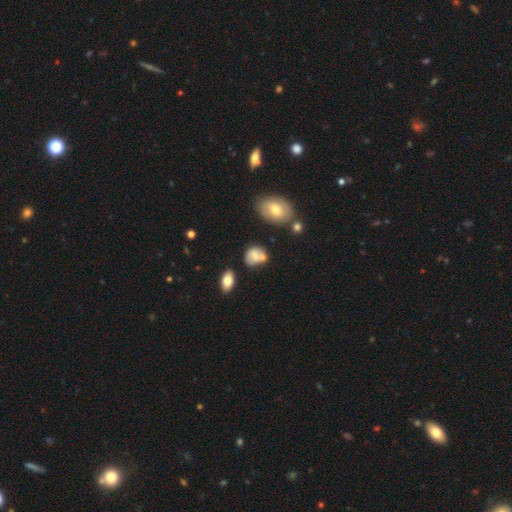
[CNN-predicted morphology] Smooth or featured? smooth (66%)
How rounded? in between (50%)
Merging? none (53%)